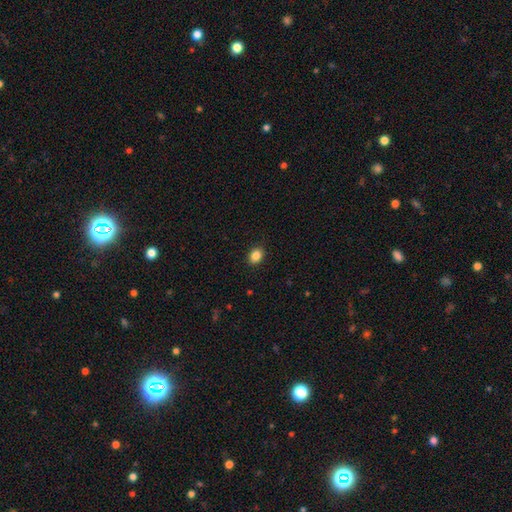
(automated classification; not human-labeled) A smooth galaxy with no disk features (87%) that is in between round and cigar-shaped (66%).

Vote fractions:
- Smooth or featured? smooth: 87% / star or artifact: 9% / featured or disk: 4%
- How rounded? in between: 66% / round: 33% / cigar-shaped: 1%
- Merging? none: 90% / minor disturbance: 7% / major disturbance: 2% / merger: 1%